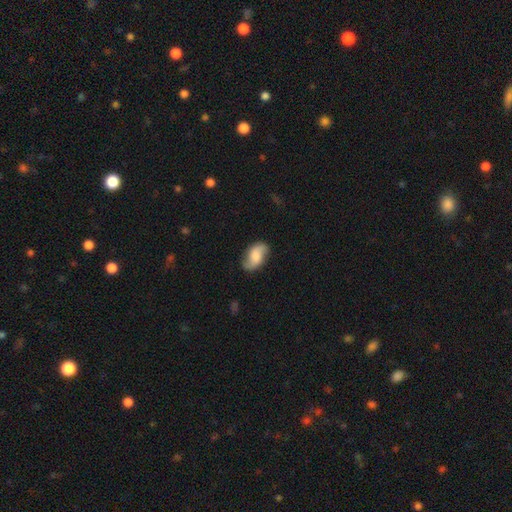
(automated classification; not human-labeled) smooth-or-featured: featured or disk: 58% | smooth: 35% | star or artifact: 7%
  disk-edge-on: no: 96% | yes: 4%
    bar: no: 57% | weak: 34% | strong: 8%
    has-spiral-arms: yes: 92% | no: 8%
      spiral-winding: loose: 59% | medium: 31% | tight: 10%
      spiral-arm-count: 2: 91% | can't tell: 4% | 1: 2% | 3: 1% | 4: 1% | more than 4: 1%
    bulge-size: moderate: 33% | large: 22% | small: 21% | none: 20% | dominant: 4%
  merging: none: 78% | minor disturbance: 16% | major disturbance: 4% | merger: 1%